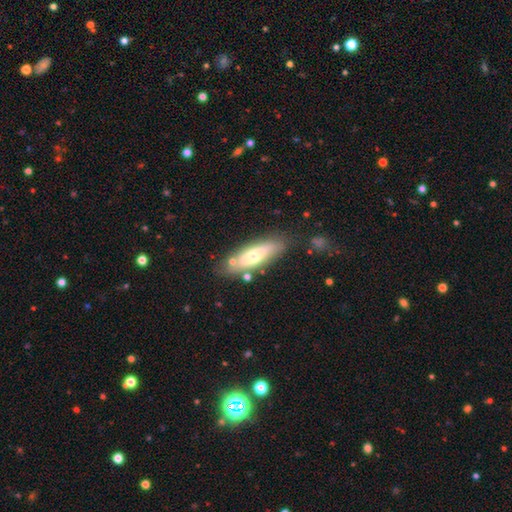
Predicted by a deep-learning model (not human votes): The model was most divided on "how rounded": in between: 51%, cigar-shaped: 47%, round: 2%. More confident: merging — none (74%); smooth or featured — smooth (58%).